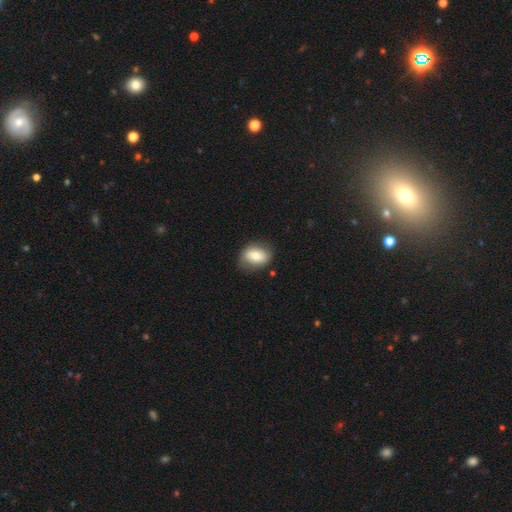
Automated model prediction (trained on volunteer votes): Smooth or featured? smooth (68%)
How rounded? in between (69%)
Merging? none (76%)